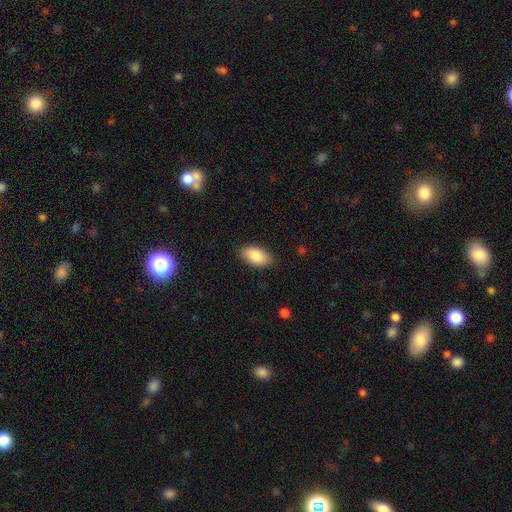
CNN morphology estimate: This is clearly a smooth galaxy (86%). How rounded: clearly in between (94%). Merging: clearly none (87%).